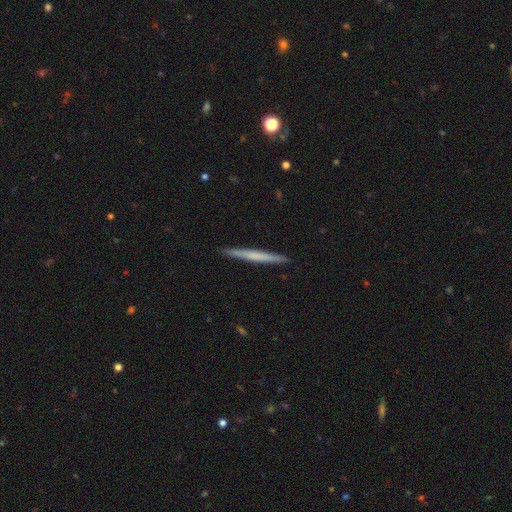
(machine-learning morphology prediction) Smooth or featured: smooth — 53% (featured or disk — 41%)
How rounded: cigar-shaped — 97% (in between — 2%)
Merging: none — 92% (minor disturbance — 6%)